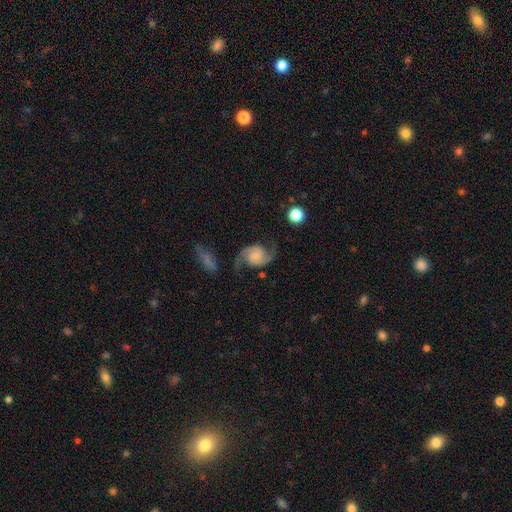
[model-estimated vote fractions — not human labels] This appears to be a featured or disk galaxy (89%) with no bar (66%), 2 (94%) loose (44%, tied with medium) spiral arms (98%) and a small central bulge (33%). Merging: none (74%).